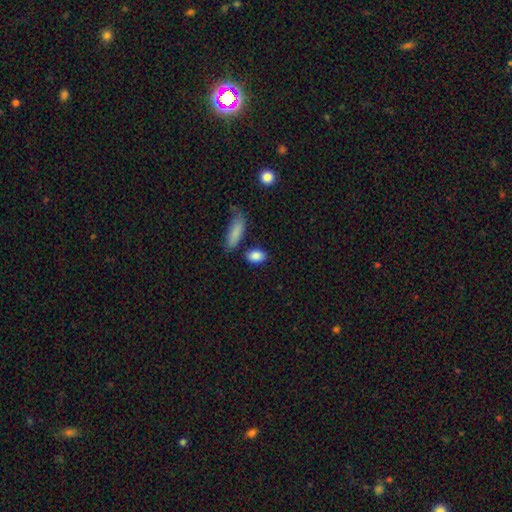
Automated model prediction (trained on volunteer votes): smooth-or-featured: smooth: 87% | star or artifact: 7% | featured or disk: 7%
  how-rounded: in between: 87% | round: 9% | cigar-shaped: 4%
  merging: none: 77% | minor disturbance: 12% | merger: 8% | major disturbance: 3%